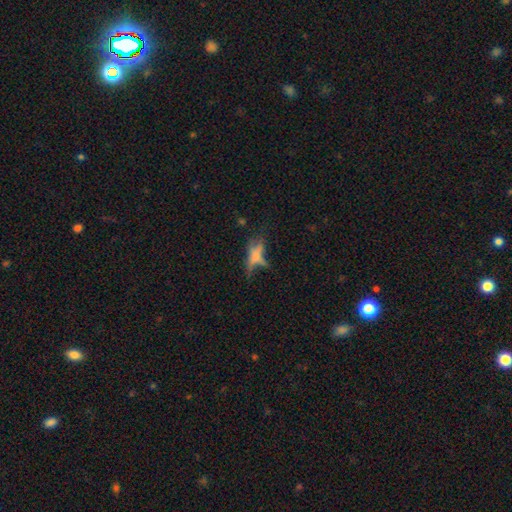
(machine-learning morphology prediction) Overall: smooth (45%; featured or disk 37%). Merging: none (42%; major disturbance 23%).